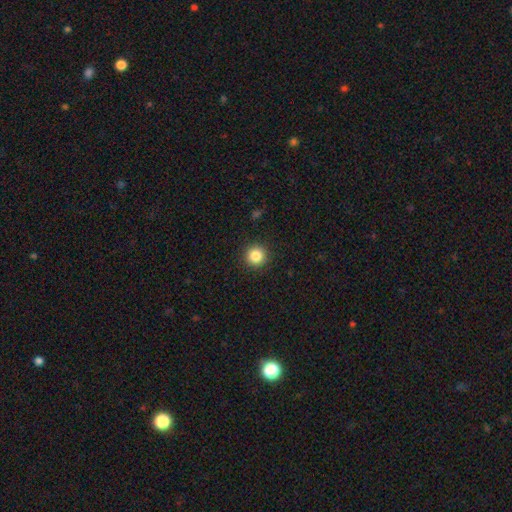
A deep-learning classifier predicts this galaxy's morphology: The model was most divided on "smooth or featured": smooth: 85%, star or artifact: 11%, featured or disk: 4%. More confident: how rounded — round (95%); merging — none (92%).